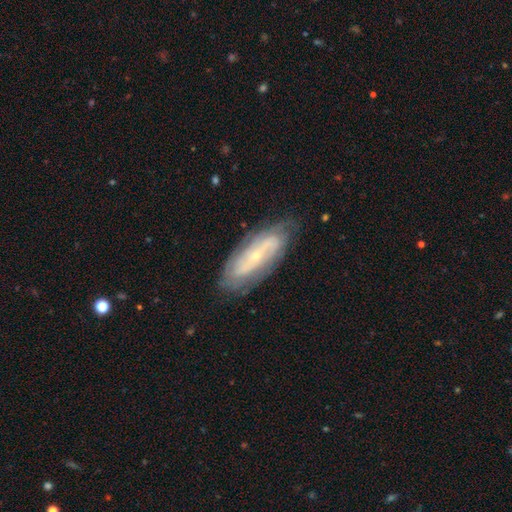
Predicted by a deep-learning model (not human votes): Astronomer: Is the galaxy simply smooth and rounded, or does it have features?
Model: featured or disk — 75%.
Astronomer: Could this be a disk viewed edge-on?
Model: no — 86%.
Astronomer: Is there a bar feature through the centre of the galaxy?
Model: no — 50% (runner-up: weak, 30%).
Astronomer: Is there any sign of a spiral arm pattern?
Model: yes — 85%.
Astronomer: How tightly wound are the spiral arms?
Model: tight — 50% (runner-up: medium, 33%).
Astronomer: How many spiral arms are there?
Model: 2 — 46% (runner-up: can't tell, 38%).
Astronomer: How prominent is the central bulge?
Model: small — 80%.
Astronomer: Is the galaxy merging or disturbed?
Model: none — 78%.